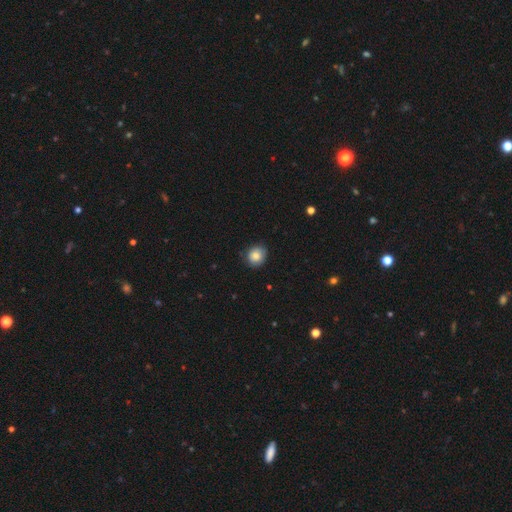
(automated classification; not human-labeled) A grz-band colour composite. It shows a smooth galaxy with no disk features (81%) that is round (79%). Merging: none (80%).